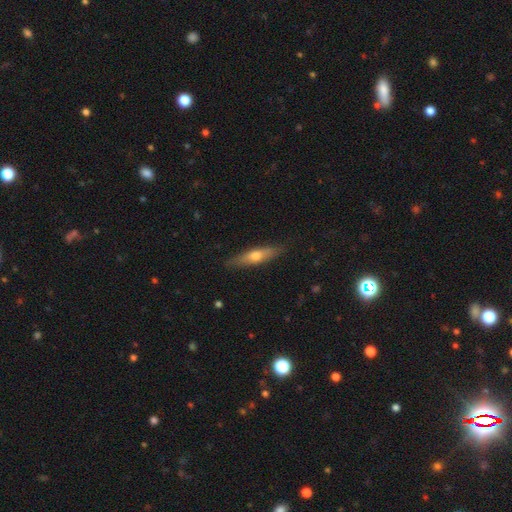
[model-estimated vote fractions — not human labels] This is possibly a smooth galaxy (52%). How rounded: likely cigar-shaped (73%). Merging: clearly none (85%).